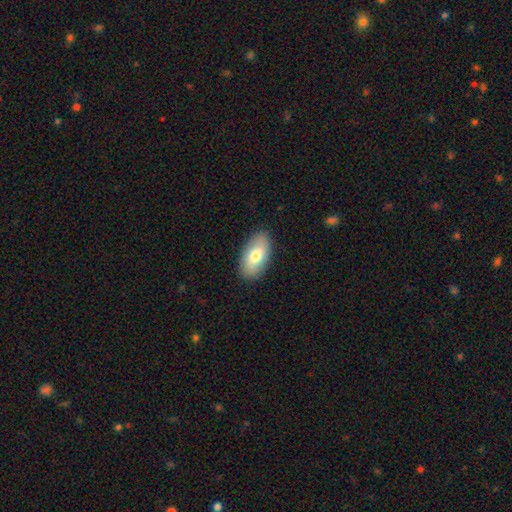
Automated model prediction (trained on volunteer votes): The model was most divided on "smooth or featured": smooth: 73%, featured or disk: 21%, star or artifact: 6%. More confident: how rounded — in between (94%); merging — none (88%).